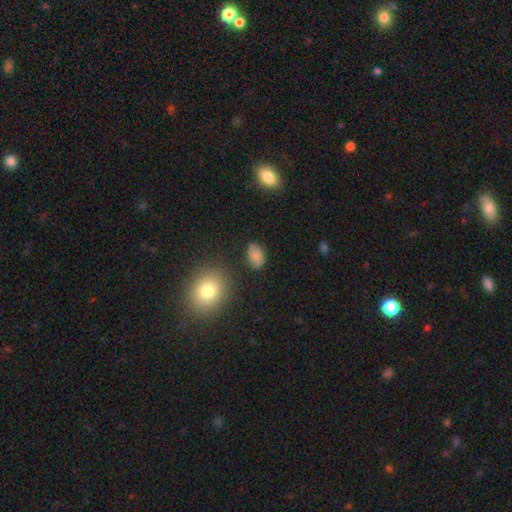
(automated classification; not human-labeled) Smooth or featured? smooth (65%)
How rounded? in between (85%)
Merging? none (73%)